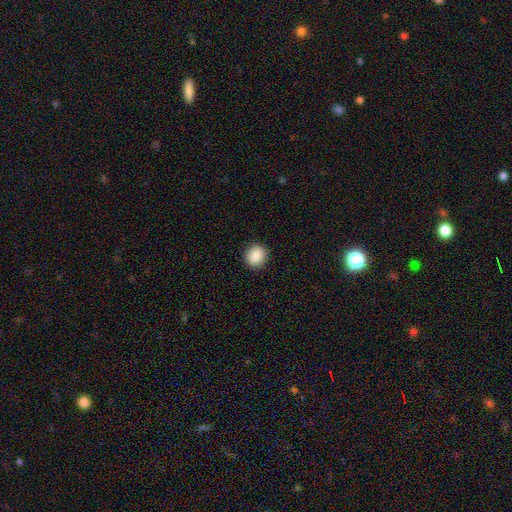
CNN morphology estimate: Smooth or featured: smooth — 88% (star or artifact — 8%)
How rounded: round — 78% (in between — 21%)
Merging: none — 91% (minor disturbance — 7%)